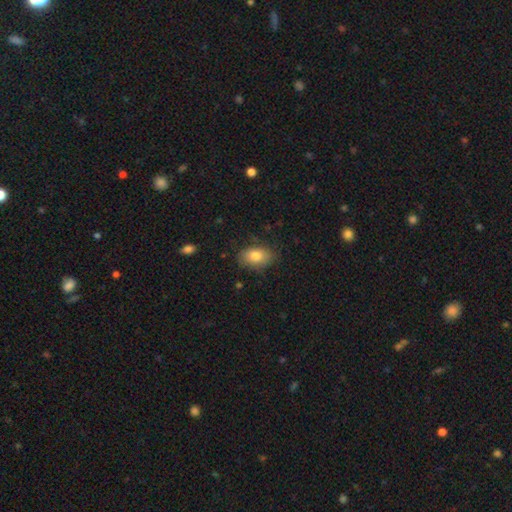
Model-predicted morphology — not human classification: This is clearly a smooth galaxy (81%). How rounded: clearly in between (84%). Merging: likely none (77%).